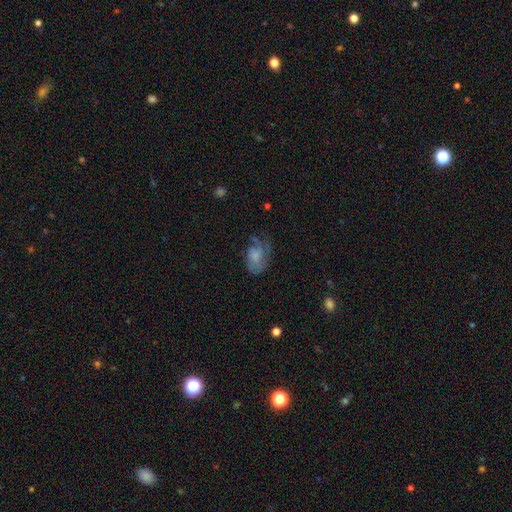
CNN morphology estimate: This appears to be a featured or disk galaxy (50%). Merging: none (43%).